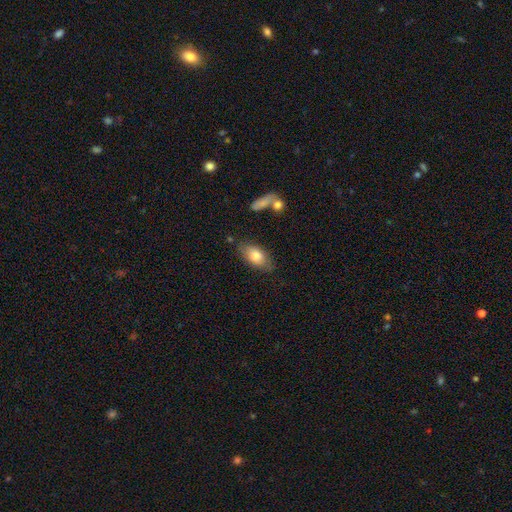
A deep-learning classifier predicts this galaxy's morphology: Smooth or featured? smooth (78%)
How rounded? in between (89%)
Merging? none (76%)